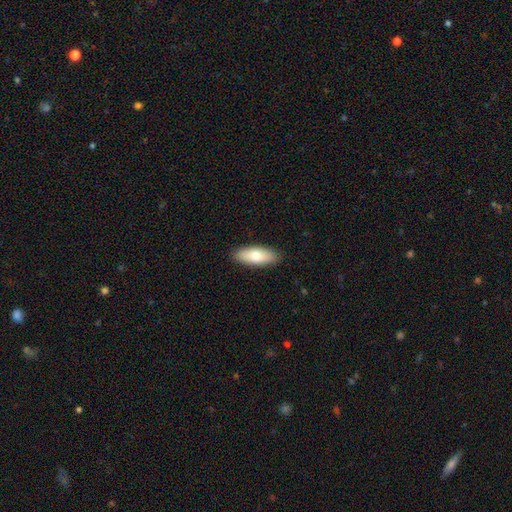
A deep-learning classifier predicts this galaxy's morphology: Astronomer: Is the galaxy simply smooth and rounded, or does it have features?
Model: smooth — 75%.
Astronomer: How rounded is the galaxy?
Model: in between — 75%.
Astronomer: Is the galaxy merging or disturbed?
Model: none — 89%.